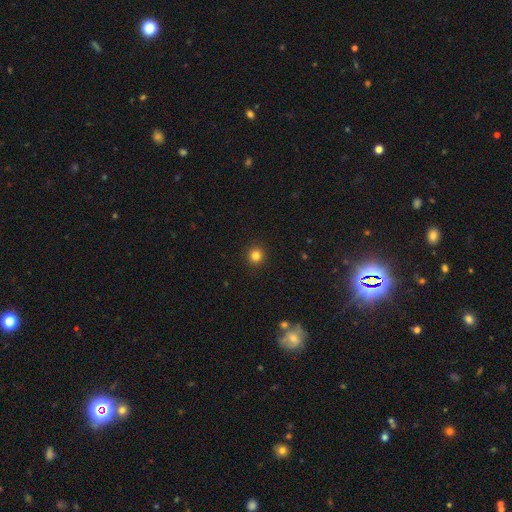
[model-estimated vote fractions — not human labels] smooth_or_featured: smooth (p=0.82) [alt: star or artifact p=0.13]
how_rounded: round (p=0.93) [alt: in between p=0.06]
merging: none (p=0.93) [alt: minor disturbance p=0.05]